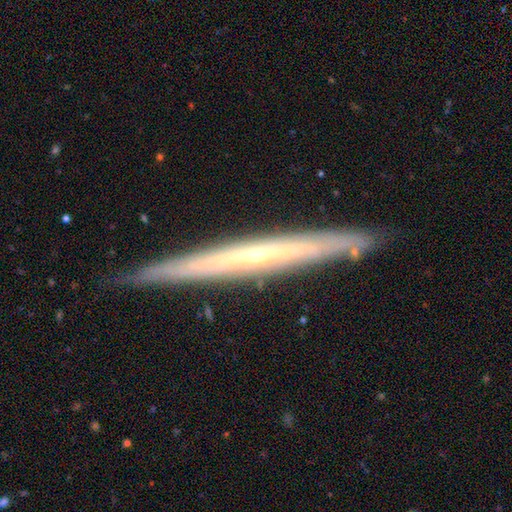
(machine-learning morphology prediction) smooth_or_featured: featured or disk (p=0.76) [alt: smooth p=0.18]
disk_edge_on: yes (p=0.94) [alt: no p=0.06]
edge_on_bulge: none (p=0.58) [alt: rounded p=0.39]
merging: none (p=0.88) [alt: minor disturbance p=0.09]